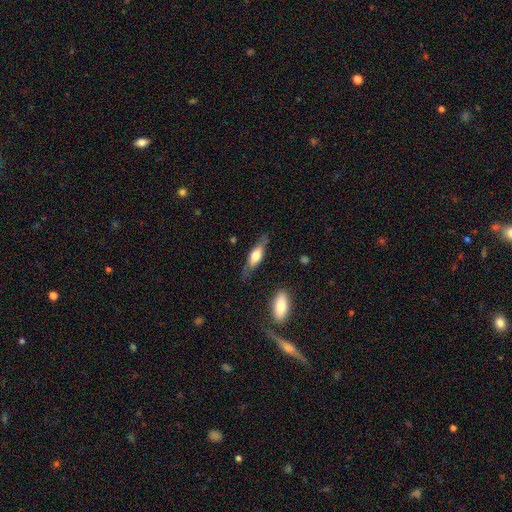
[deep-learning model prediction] Smooth or featured? smooth (58%)
How rounded? in between (52%)
Merging? none (71%)